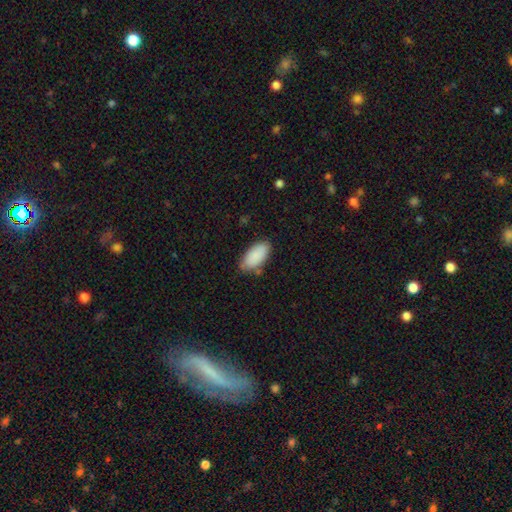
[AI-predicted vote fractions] smooth-or-featured: smooth: 88% | star or artifact: 6% | featured or disk: 6%
  how-rounded: in between: 93% | cigar-shaped: 5% | round: 2%
  merging: none: 76% | minor disturbance: 18% | major disturbance: 3% | merger: 2%